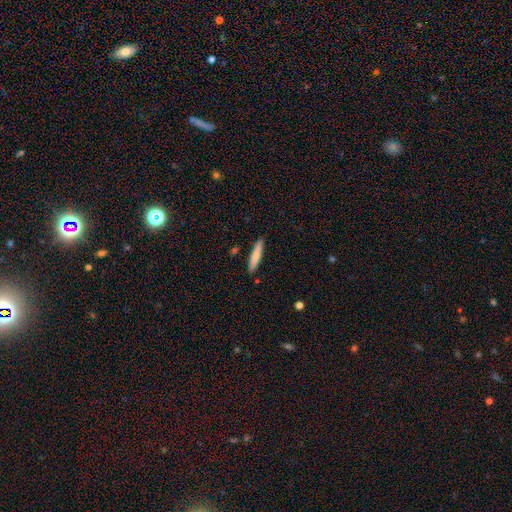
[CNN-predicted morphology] Smooth or featured? smooth (78%)
How rounded? cigar-shaped (91%)
Merging? none (88%)